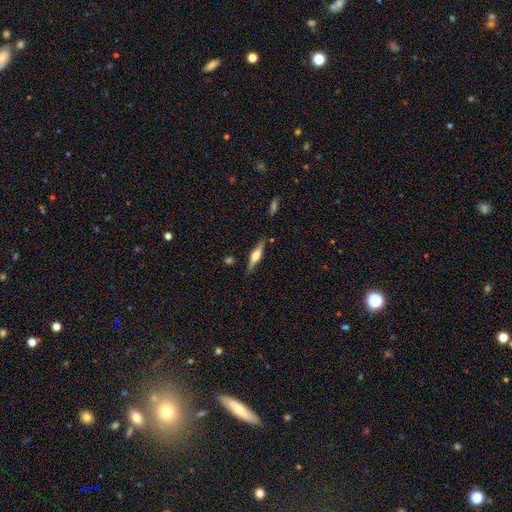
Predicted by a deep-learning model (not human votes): Morphology: type=featured or disk (57%); edge-on=yes (95%); edge-on bulge=rounded (87%); merging=none (83%).